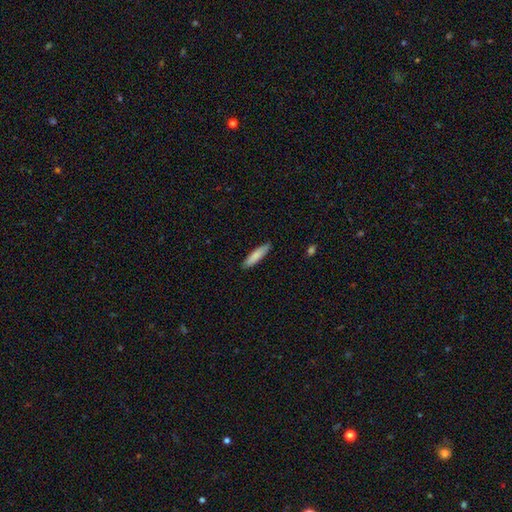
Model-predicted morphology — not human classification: Smooth or featured: smooth — 84% (featured or disk — 11%)
How rounded: cigar-shaped — 76% (in between — 23%)
Merging: none — 87% (minor disturbance — 10%)